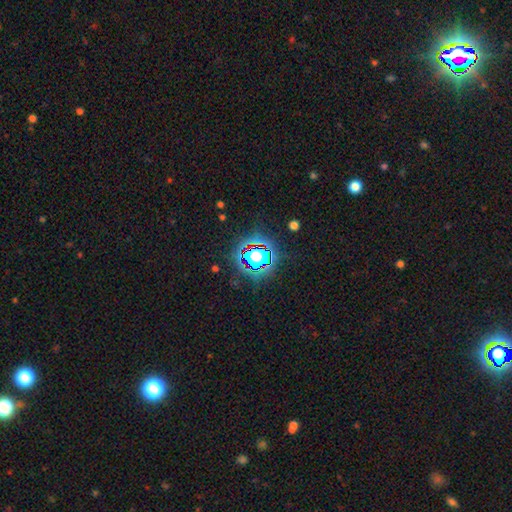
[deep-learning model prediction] This appears to be a star or artifact, not a galaxy (64%).